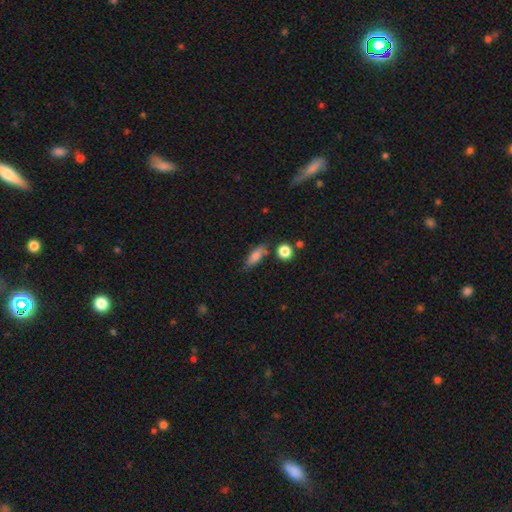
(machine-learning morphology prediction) Smooth or featured? smooth (75%)
How rounded? in between (60%)
Merging? none (68%)